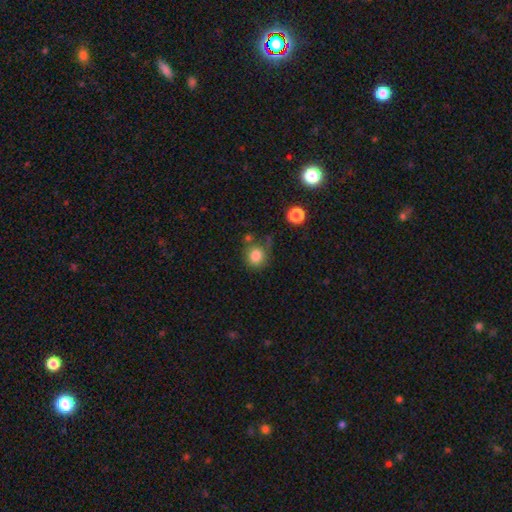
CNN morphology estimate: This appears to be a smooth galaxy with no disk features (83%) that is round (88%). Merging: none (69%).